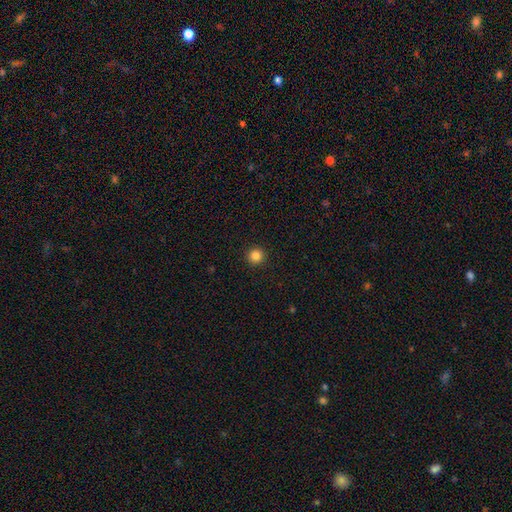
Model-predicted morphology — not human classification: This appears to be a smooth galaxy with no disk features (85%) that is round (96%). Merging: none (94%).